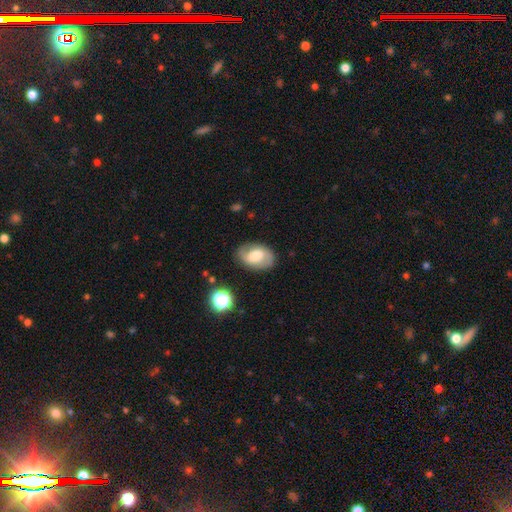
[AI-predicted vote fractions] featured or disk 52%, smooth 40%, star or artifact 8%. Down the decision tree: edge-on disk — no (96%); merging — none (80%).